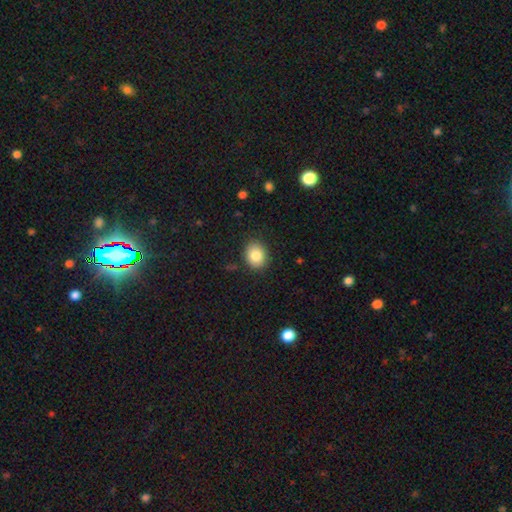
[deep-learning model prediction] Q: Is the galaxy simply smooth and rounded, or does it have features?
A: smooth — 84%.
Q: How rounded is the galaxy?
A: round — 56%.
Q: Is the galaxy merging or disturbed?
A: none — 87%.